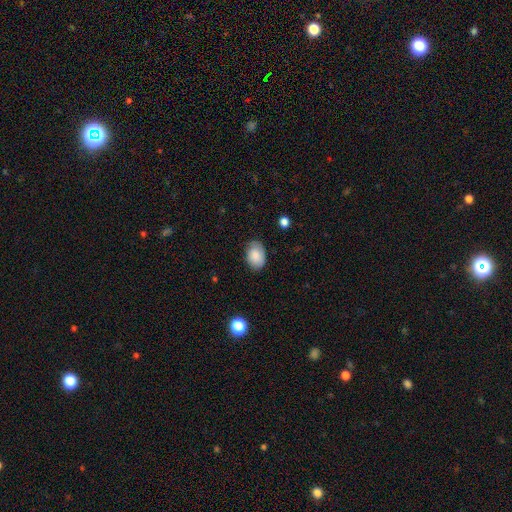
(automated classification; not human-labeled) Smooth or featured?
  - smooth: 84% *
  - featured or disk: 9%
  - star or artifact: 7%
How rounded?
  - in between: 83% *
  - round: 16%
  - cigar-shaped: 1%
Merging?
  - none: 75% *
  - minor disturbance: 20%
  - major disturbance: 4%
  - merger: 1%